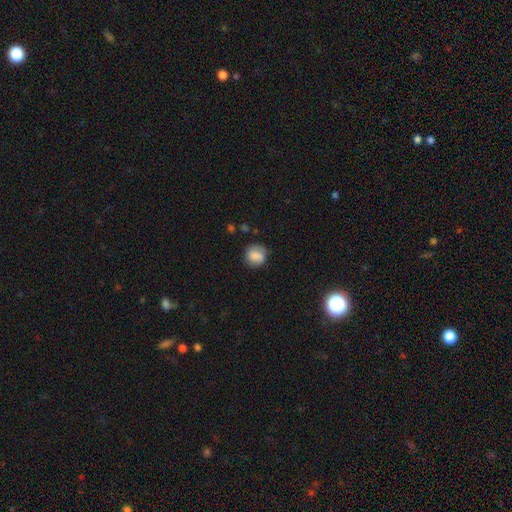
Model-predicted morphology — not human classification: Q: Smooth or featured?
A: smooth (78%); runner-up: featured or disk (14%)
Q: How rounded?
A: round (78%); runner-up: in between (21%)
Q: Merging?
A: none (70%); runner-up: minor disturbance (21%)